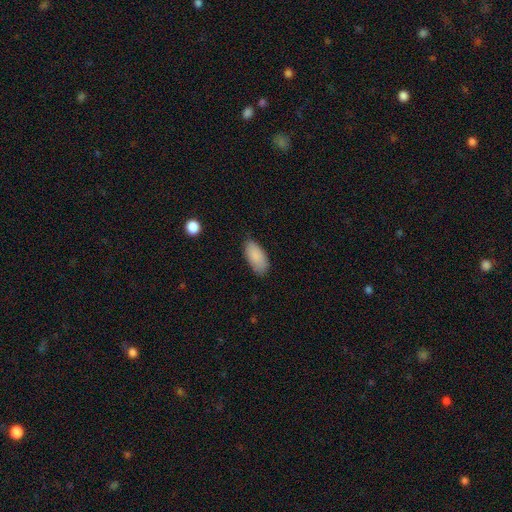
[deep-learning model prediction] Overall: smooth (88%). How rounded: in between (92%). Merging: none (78%).